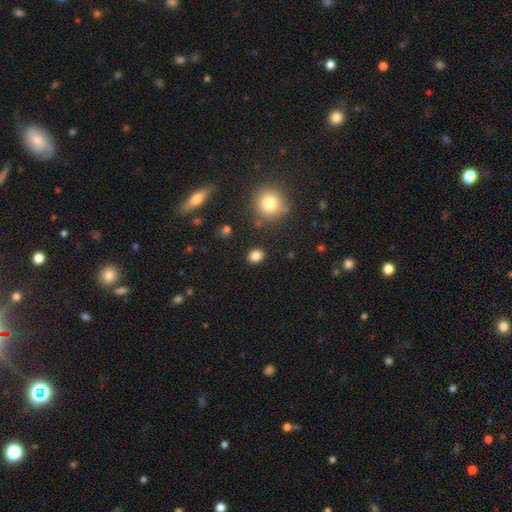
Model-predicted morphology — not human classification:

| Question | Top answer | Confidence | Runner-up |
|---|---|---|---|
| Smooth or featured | smooth | 84% | star or artifact (11%) |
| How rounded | round | 51% | in between (48%) |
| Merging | none | 87% | minor disturbance (8%) |